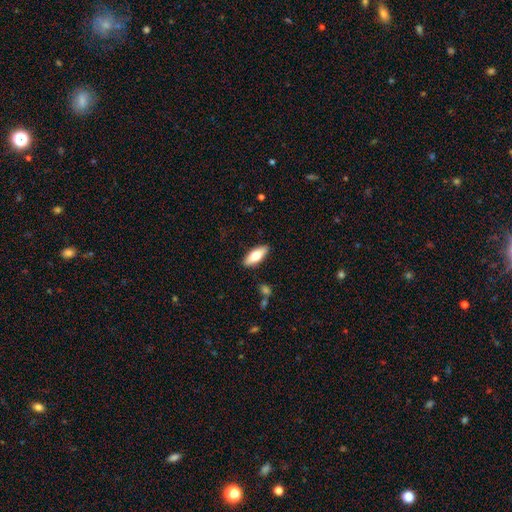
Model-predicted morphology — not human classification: Q: Smooth or featured?
A: smooth (65%); runner-up: featured or disk (29%)
Q: How rounded?
A: in between (71%); runner-up: cigar-shaped (26%)
Q: Merging?
A: none (88%); runner-up: minor disturbance (9%)